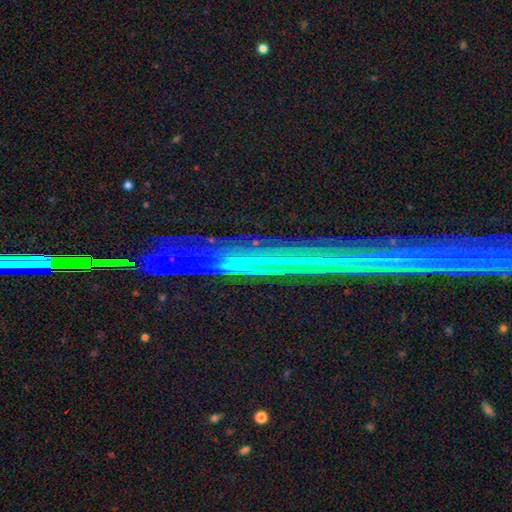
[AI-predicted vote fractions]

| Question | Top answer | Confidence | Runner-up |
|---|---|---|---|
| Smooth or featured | star or artifact | 78% | featured or disk (14%) |